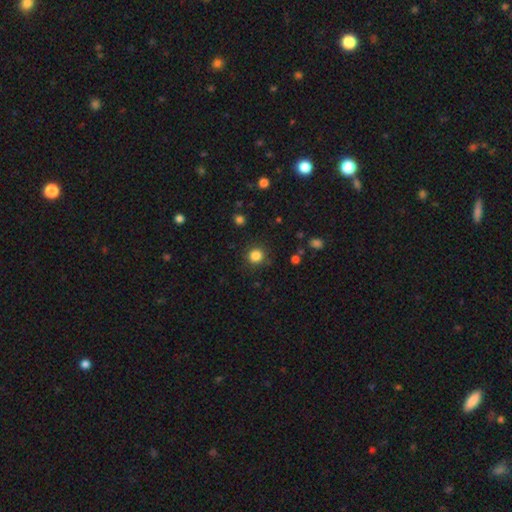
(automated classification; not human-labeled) Q: Smooth or featured?
A: smooth (84%); runner-up: star or artifact (12%)
Q: How rounded?
A: round (91%); runner-up: in between (8%)
Q: Merging?
A: none (88%); runner-up: minor disturbance (8%)